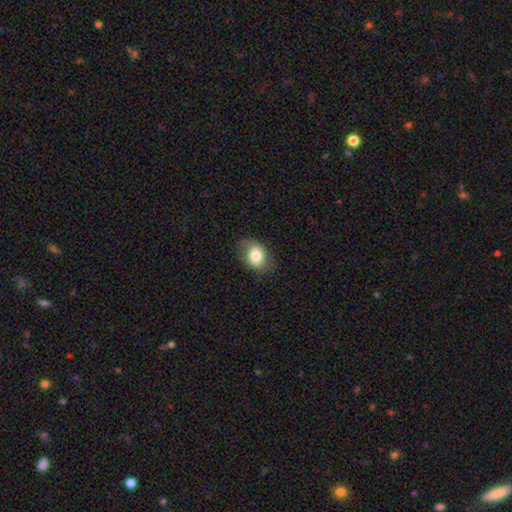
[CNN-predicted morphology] This is likely a smooth galaxy (74%). How rounded: likely in between (72%). Merging: likely none (74%).